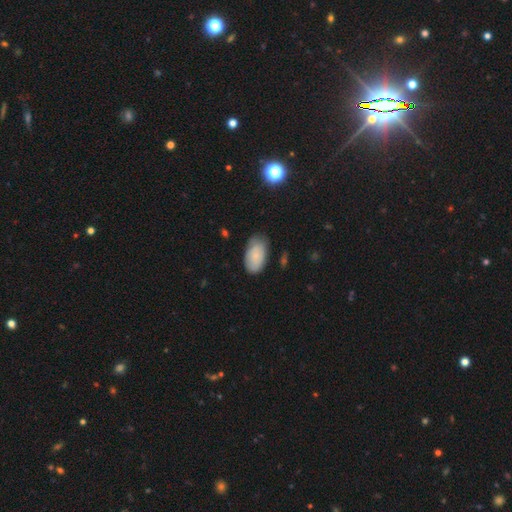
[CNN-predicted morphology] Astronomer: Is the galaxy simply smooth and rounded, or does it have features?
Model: smooth — 78%.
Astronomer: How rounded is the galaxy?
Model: in between — 95%.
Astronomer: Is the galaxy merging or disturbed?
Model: none — 64%.